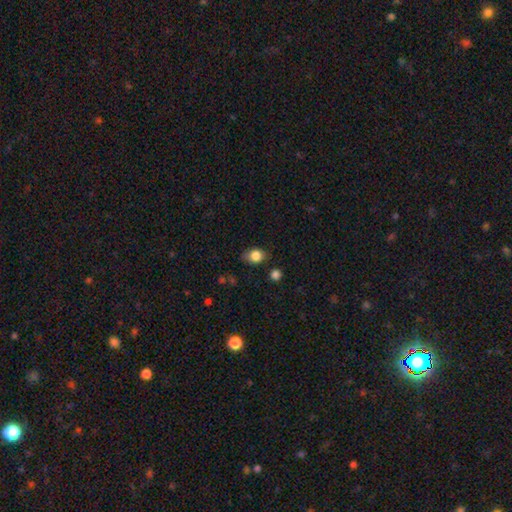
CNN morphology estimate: The model was most divided on "how rounded": in between: 54%, round: 44%, cigar-shaped: 1%. More confident: smooth or featured — smooth (83%); merging — none (74%).